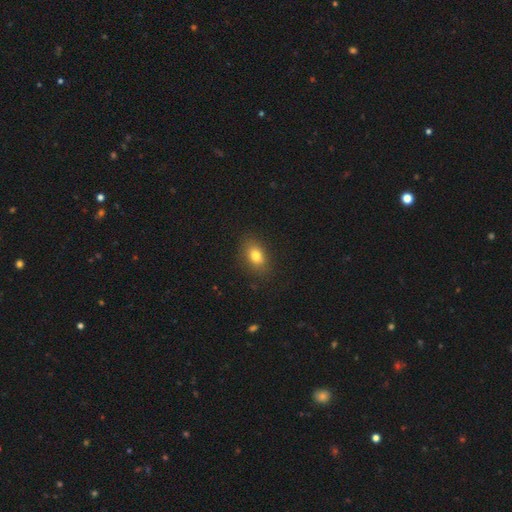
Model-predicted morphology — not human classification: This appears to be a smooth galaxy with no disk features (80%) that is in between round and cigar-shaped (80%). Merging: none (85%).